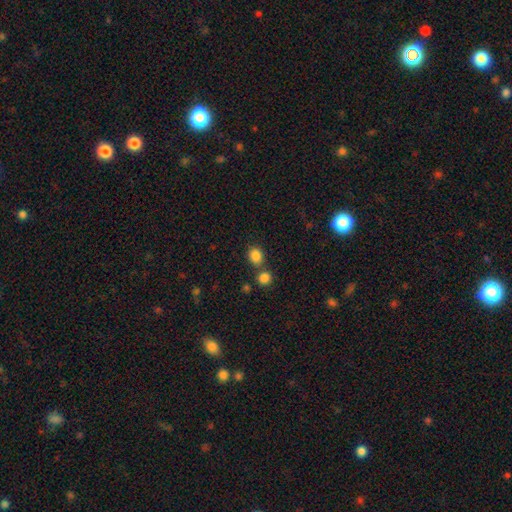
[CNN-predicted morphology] The model was most divided on "how rounded": round: 65%, in between: 34%, cigar-shaped: 1%. More confident: smooth or featured — smooth (84%); merging — none (66%).